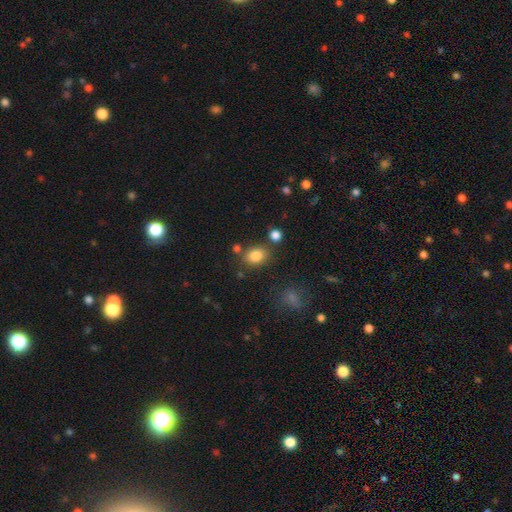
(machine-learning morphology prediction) The model was most divided on "how rounded": in between: 64%, round: 35%, cigar-shaped: 1%. More confident: smooth or featured — smooth (83%); merging — none (74%).